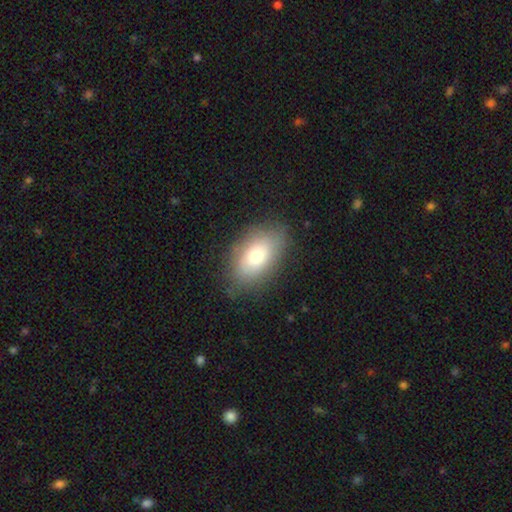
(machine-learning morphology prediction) A smooth galaxy with no disk features (75%) that is in between round and cigar-shaped (91%). Merging: none (80%).